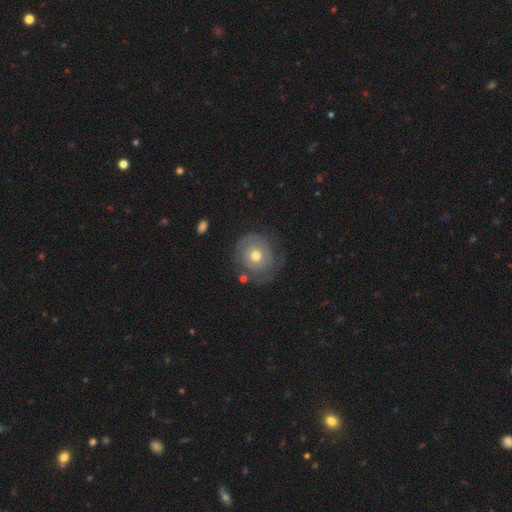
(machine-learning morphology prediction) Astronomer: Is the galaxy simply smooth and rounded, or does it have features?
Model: featured or disk — 47% (runner-up: smooth, 45%).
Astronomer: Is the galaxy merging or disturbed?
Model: none — 66%.